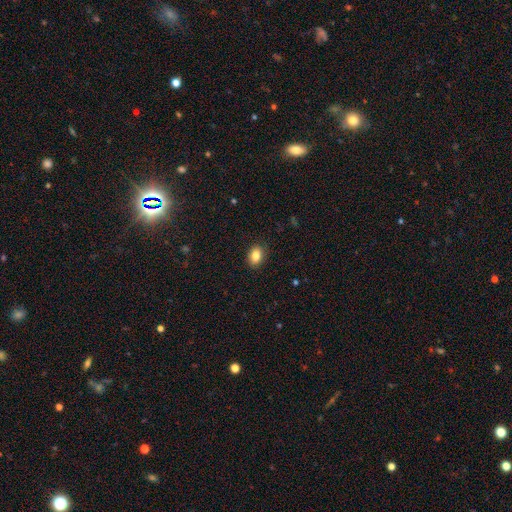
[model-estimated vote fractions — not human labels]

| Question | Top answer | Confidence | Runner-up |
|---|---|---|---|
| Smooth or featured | smooth | 85% | star or artifact (9%) |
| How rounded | in between | 76% | round (22%) |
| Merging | none | 89% | minor disturbance (8%) |